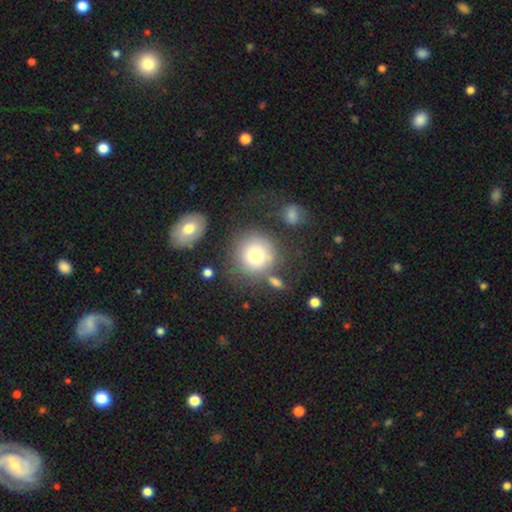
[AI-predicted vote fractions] smooth-or-featured: smooth: 75% | featured or disk: 14% | star or artifact: 11%
  how-rounded: round: 91% | in between: 8% | cigar-shaped: 1%
  merging: none: 69% | minor disturbance: 14% | merger: 10% | major disturbance: 8%